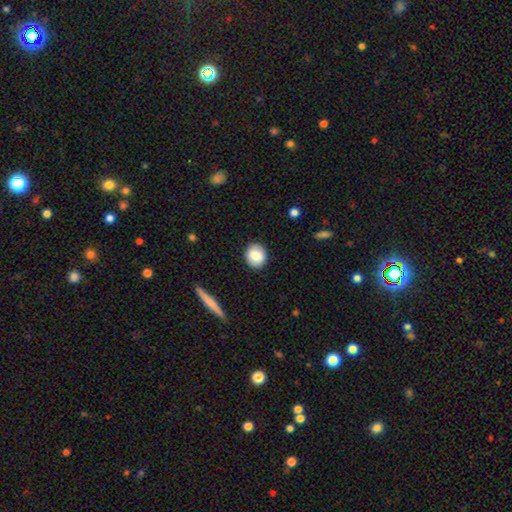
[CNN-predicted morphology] smooth 82%, featured or disk 10%, star or artifact 8%. Down the decision tree: how rounded — round (73%); merging — none (89%).